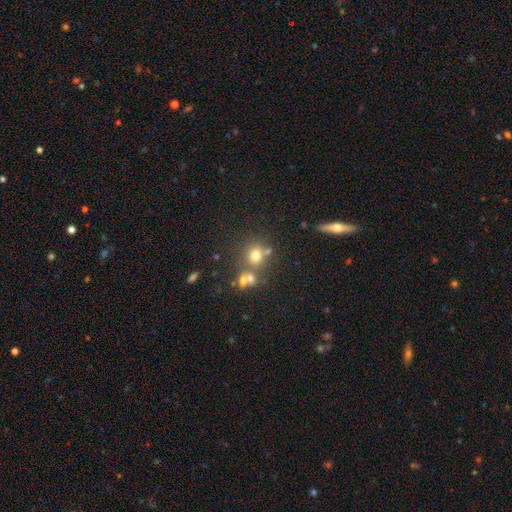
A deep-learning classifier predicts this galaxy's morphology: Smooth or featured: smooth — 69% (star or artifact — 18%)
How rounded: round — 82% (in between — 17%)
Merging: none — 58% (merger — 27%)